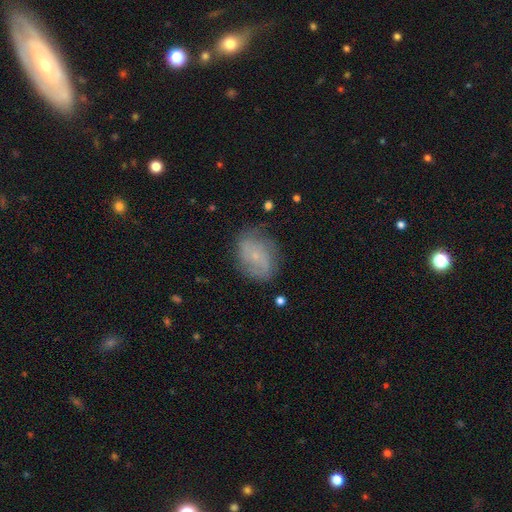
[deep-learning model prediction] Q: Smooth or featured?
A: featured or disk (56%); runner-up: smooth (35%)
Q: Edge-on disk?
A: no (96%); runner-up: yes (4%)
Q: Bar?
A: no (72%); runner-up: weak (23%)
Q: Spiral arms?
A: yes (78%); runner-up: no (22%)
Q: Bulge size?
A: small (80%); runner-up: moderate (11%)
Q: Merging?
A: none (69%); runner-up: minor disturbance (21%)